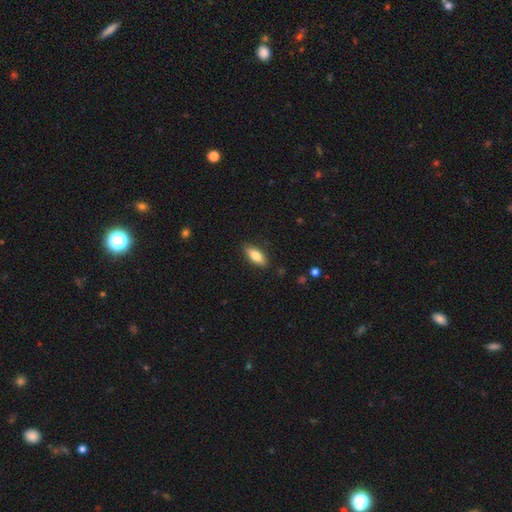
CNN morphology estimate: Overall: smooth (80%). How rounded: in between (79%). Merging: none (87%).